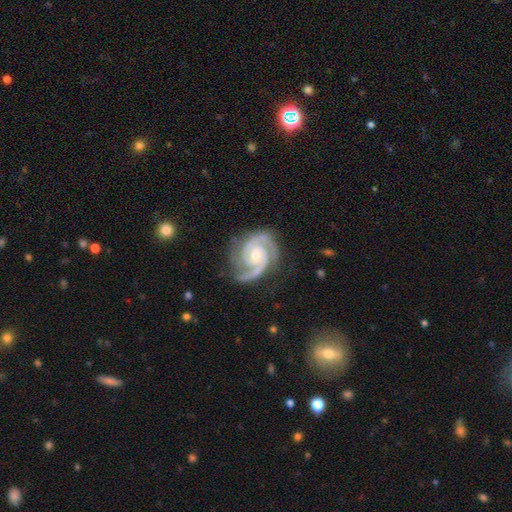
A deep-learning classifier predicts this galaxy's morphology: Q: Smooth or featured?
A: featured or disk (94%); runner-up: star or artifact (3%)
Q: Edge-on disk?
A: no (98%); runner-up: yes (2%)
Q: Bar?
A: no (64%); runner-up: weak (27%)
Q: Spiral arms?
A: yes (99%); runner-up: no (1%)
Q: Spiral winding?
A: tight (58%); runner-up: medium (38%)
Q: Spiral arm count?
A: 2 (73%); runner-up: 3 (19%)
Q: Bulge size?
A: moderate (50%); runner-up: small (46%)
Q: Merging?
A: none (77%); runner-up: minor disturbance (17%)